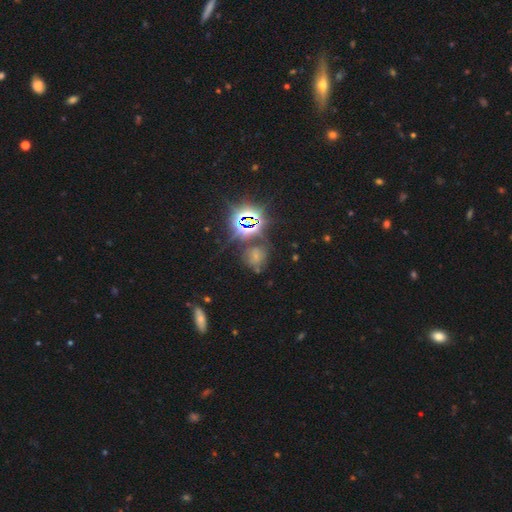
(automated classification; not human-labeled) This appears to be a star or artifact, not a galaxy (49%).